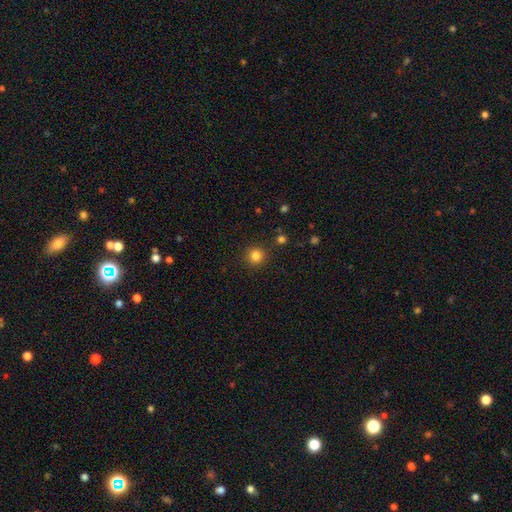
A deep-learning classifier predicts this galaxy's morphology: Smooth or featured?
  - smooth: 83% *
  - star or artifact: 13%
  - featured or disk: 4%
How rounded?
  - round: 94% *
  - in between: 5%
  - cigar-shaped: 1%
Merging?
  - none: 90% *
  - minor disturbance: 6%
  - merger: 2%
  - major disturbance: 2%